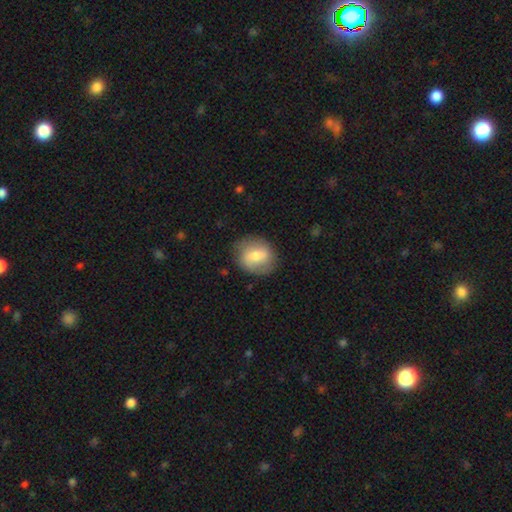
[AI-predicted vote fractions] Smooth or featured? smooth (63%)
How rounded? round (64%)
Merging? none (79%)